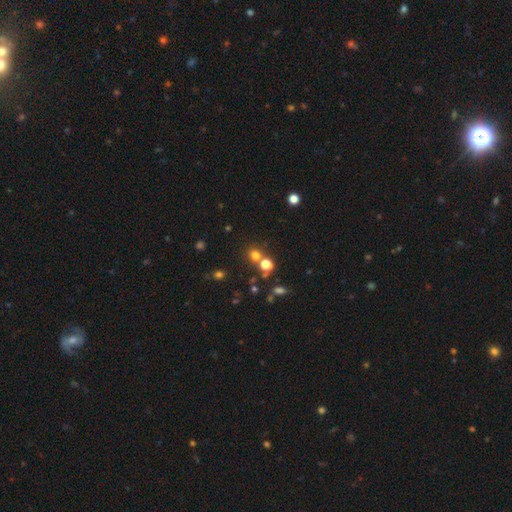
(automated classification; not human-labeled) A smooth galaxy with no disk features (68%) that is round (81%). Merging: none (59%).